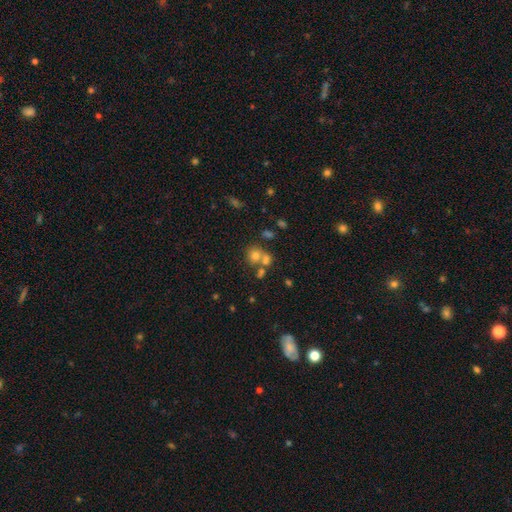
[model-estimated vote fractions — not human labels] This is likely a smooth galaxy (67%). How rounded: likely round (76%). Merging: marginally none (44%).